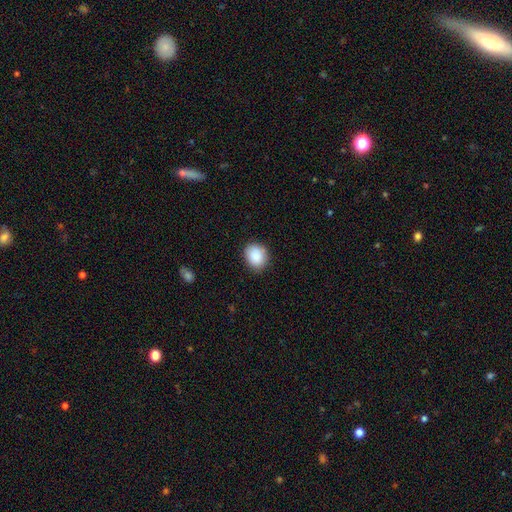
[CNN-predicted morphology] The model was most divided on "how rounded": round: 63%, in between: 36%, cigar-shaped: 1%. More confident: smooth or featured — smooth (89%); merging — none (83%).